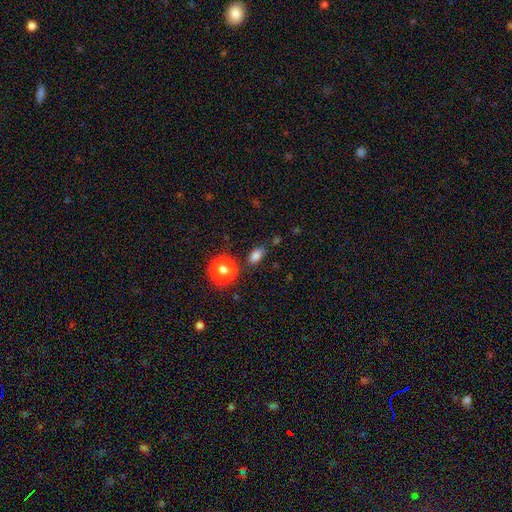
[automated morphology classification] Smooth or featured? smooth (80%)
How rounded? in between (78%)
Merging? none (79%)